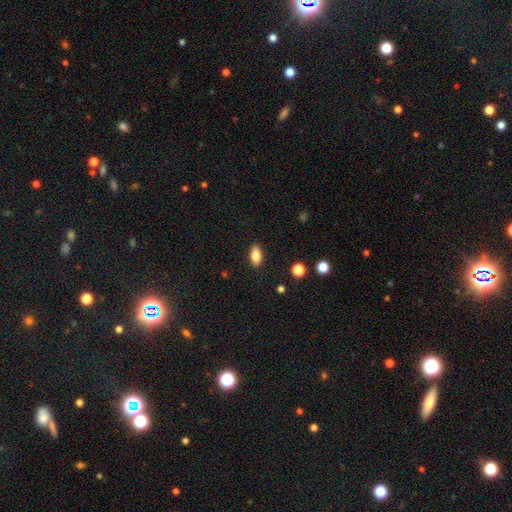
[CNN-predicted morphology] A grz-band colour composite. It shows a smooth galaxy with no disk features (81%) that is in between round and cigar-shaped (88%). Merging: none (89%).